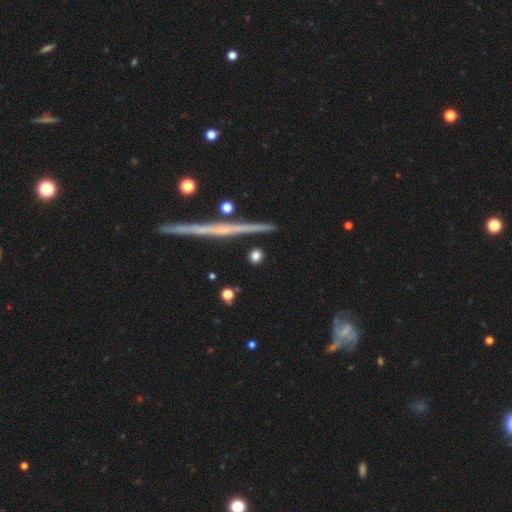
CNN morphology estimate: Smooth or featured? smooth (77%)
How rounded? round (75%)
Merging? none (86%)